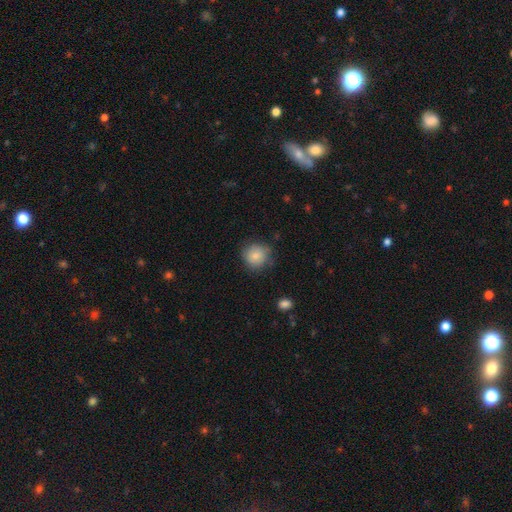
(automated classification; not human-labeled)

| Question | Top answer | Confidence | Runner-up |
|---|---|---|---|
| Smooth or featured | smooth | 84% | star or artifact (9%) |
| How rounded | round | 89% | in between (10%) |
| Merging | none | 77% | minor disturbance (17%) |